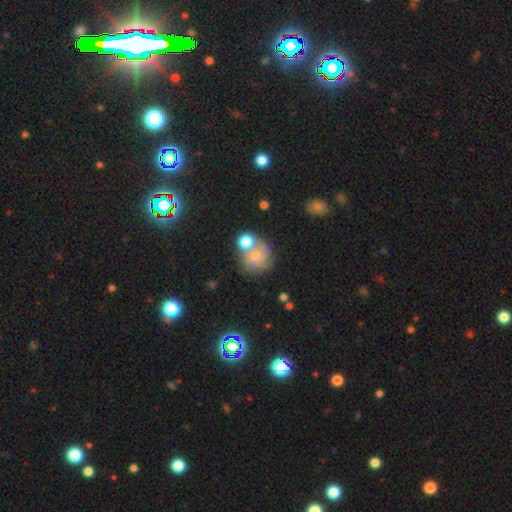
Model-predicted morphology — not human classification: Smooth or featured? smooth (47%)
Merging? none (43%)